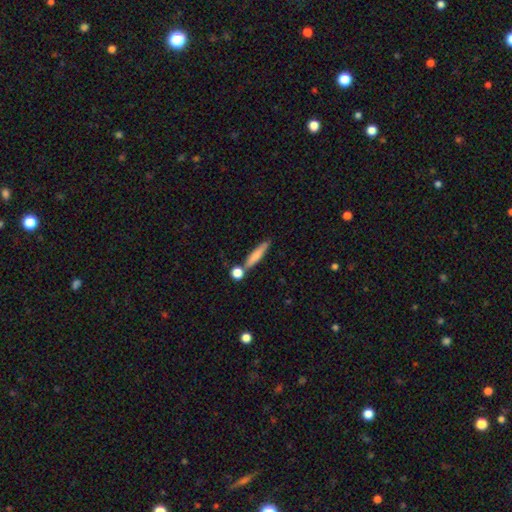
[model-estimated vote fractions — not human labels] Smooth or featured: smooth — 74% (featured or disk — 19%)
How rounded: cigar-shaped — 83% (in between — 14%)
Merging: none — 68% (merger — 16%)